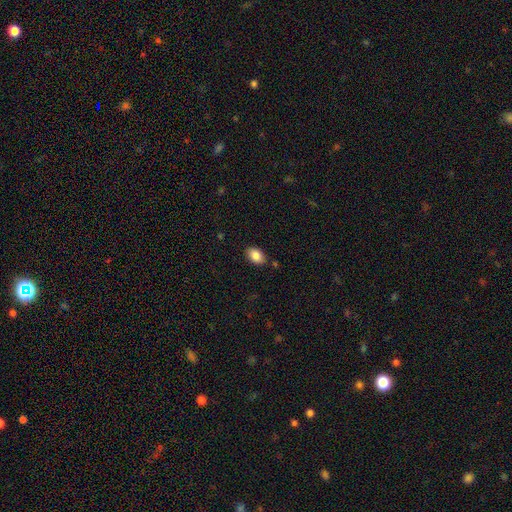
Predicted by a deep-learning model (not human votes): smooth-or-featured: smooth: 86% | star or artifact: 8% | featured or disk: 7%
  how-rounded: in between: 88% | round: 11% | cigar-shaped: 1%
  merging: none: 84% | minor disturbance: 11% | merger: 2% | major disturbance: 2%